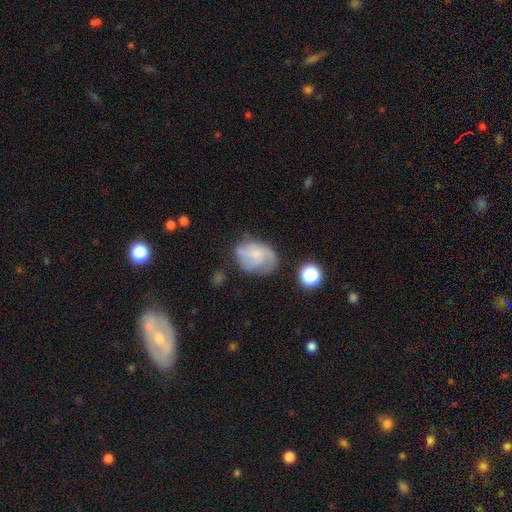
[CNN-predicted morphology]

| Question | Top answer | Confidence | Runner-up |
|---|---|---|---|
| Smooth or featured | featured or disk | 51% | smooth (39%) |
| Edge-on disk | no | 97% | yes (3%) |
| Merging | none | 52% | minor disturbance (28%) |